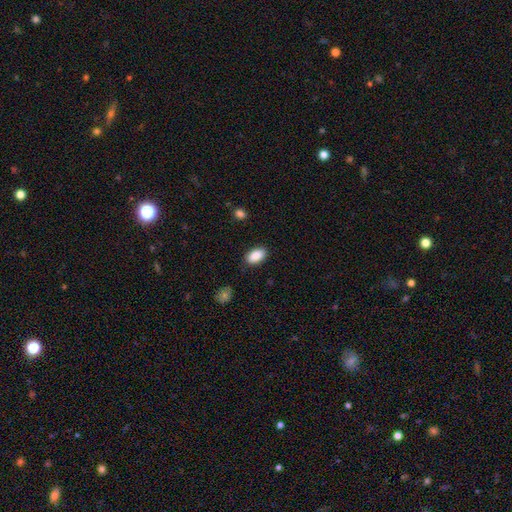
smooth_or_featured: smooth (p=0.92) [alt: star or artifact p=0.05]
how_rounded: in between (p=1.00)
merging: none (p=0.86) [alt: minor disturbance p=0.11]